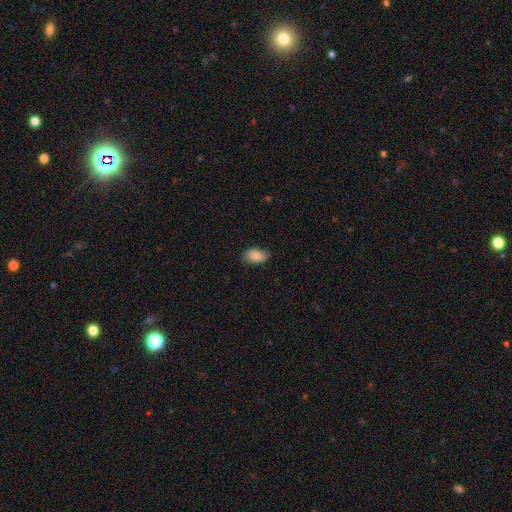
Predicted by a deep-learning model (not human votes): The model was most divided on "merging": none: 78%, minor disturbance: 18%, major disturbance: 3%, merger: 1%. More confident: how rounded — in between (92%); smooth or featured — smooth (87%).